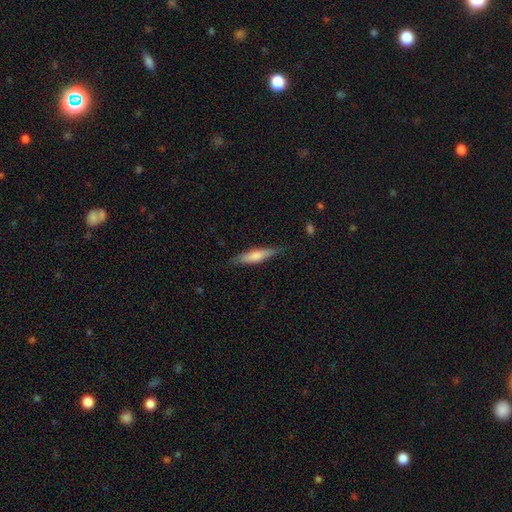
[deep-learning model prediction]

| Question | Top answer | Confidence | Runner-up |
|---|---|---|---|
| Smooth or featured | smooth | 70% | featured or disk (25%) |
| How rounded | cigar-shaped | 77% | in between (22%) |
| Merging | none | 79% | minor disturbance (16%) |